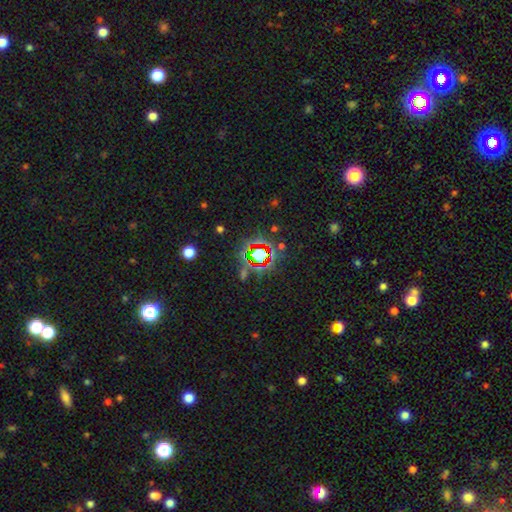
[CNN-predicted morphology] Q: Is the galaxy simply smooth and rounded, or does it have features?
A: star or artifact — 70%.